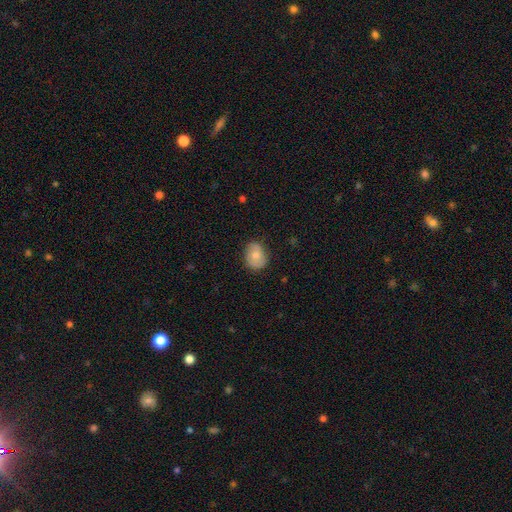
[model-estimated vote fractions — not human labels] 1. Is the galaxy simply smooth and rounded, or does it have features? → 72% smooth, 20% featured or disk, 8% star or artifact.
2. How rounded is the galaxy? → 54% in between, 45% round, 1% cigar-shaped.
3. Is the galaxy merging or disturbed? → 75% none, 20% minor disturbance, 4% major disturbance, 1% merger.